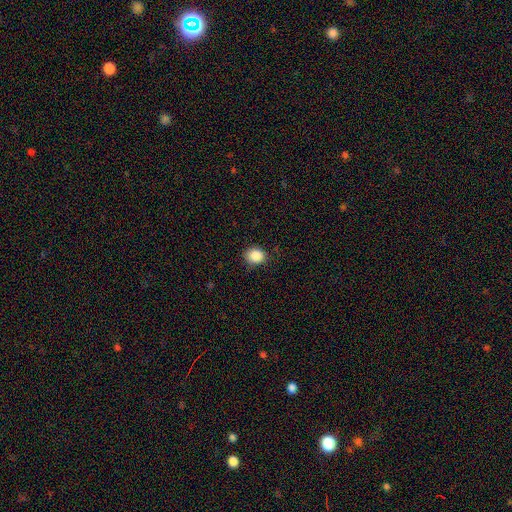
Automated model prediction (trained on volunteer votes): The model was most divided on "how rounded": round: 65%, in between: 34%, cigar-shaped: 1%. More confident: smooth or featured — smooth (87%); merging — none (83%).